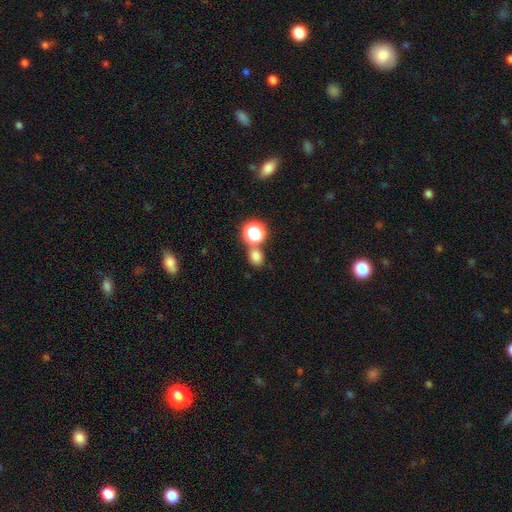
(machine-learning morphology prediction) The model was most divided on "how rounded": round: 61%, in between: 38%, cigar-shaped: 1%. More confident: smooth or featured — smooth (76%); merging — none (67%).